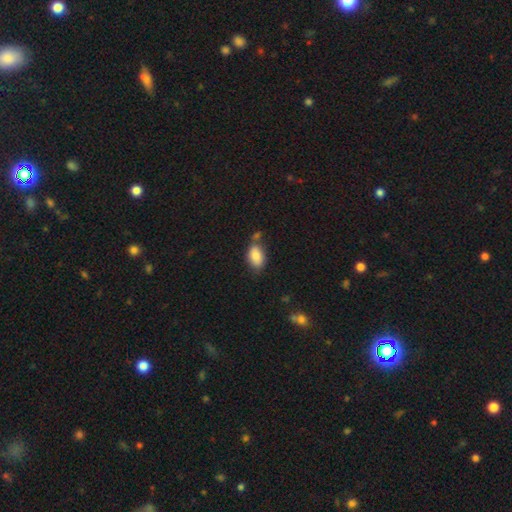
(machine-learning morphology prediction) Smooth or featured? Predicted: smooth (p=0.82). How rounded? Predicted: in between (p=0.90). Merging? Predicted: none (p=0.60).